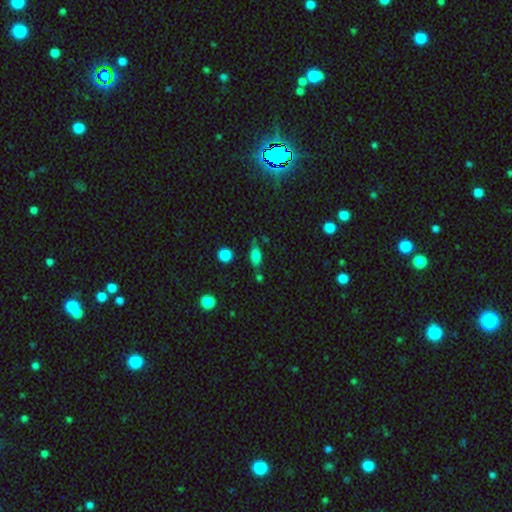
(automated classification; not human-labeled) Smooth or featured? smooth (79%)
How rounded? in between (80%)
Merging? none (61%)